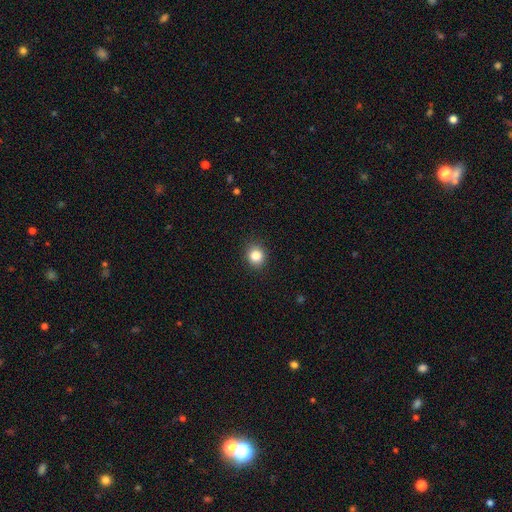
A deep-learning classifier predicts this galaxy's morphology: smooth_or_featured: smooth (p=0.84) [alt: star or artifact p=0.11]
how_rounded: round (p=0.81) [alt: in between p=0.18]
merging: none (p=0.89) [alt: minor disturbance p=0.07]